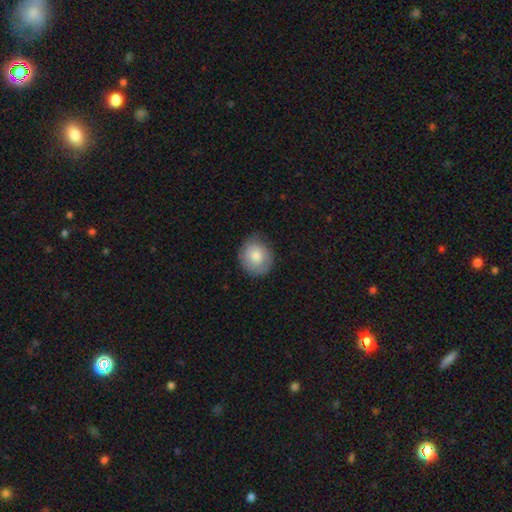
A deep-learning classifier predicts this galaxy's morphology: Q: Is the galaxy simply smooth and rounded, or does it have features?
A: smooth — 77%.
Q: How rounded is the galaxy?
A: round — 78%.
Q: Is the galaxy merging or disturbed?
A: none — 74%.